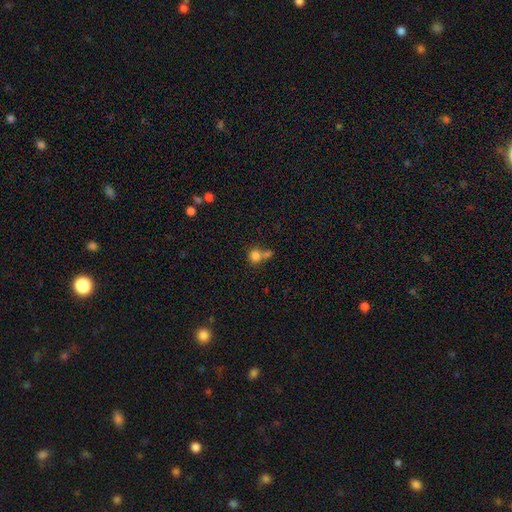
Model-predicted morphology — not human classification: A smooth galaxy with no disk features (68%) that is round (86%).

Vote fractions:
- Smooth or featured? smooth: 68% / star or artifact: 21% / featured or disk: 10%
- How rounded? round: 86% / in between: 13% / cigar-shaped: 1%
- Merging? none: 51% / merger: 37% / minor disturbance: 8% / major disturbance: 4%